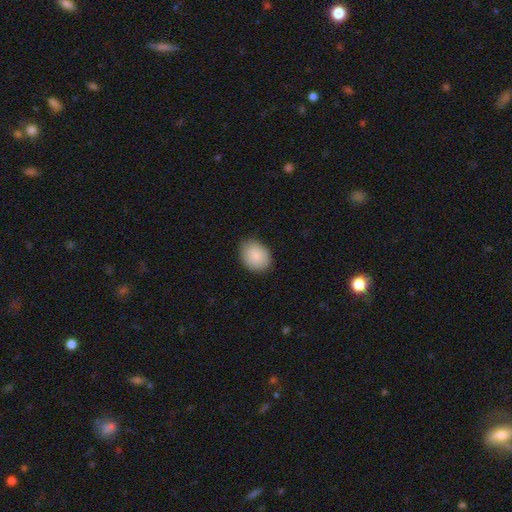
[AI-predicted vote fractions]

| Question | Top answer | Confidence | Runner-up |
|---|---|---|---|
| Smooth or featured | smooth | 87% | featured or disk (7%) |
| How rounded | in between | 52% | round (47%) |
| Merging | none | 83% | minor disturbance (13%) |